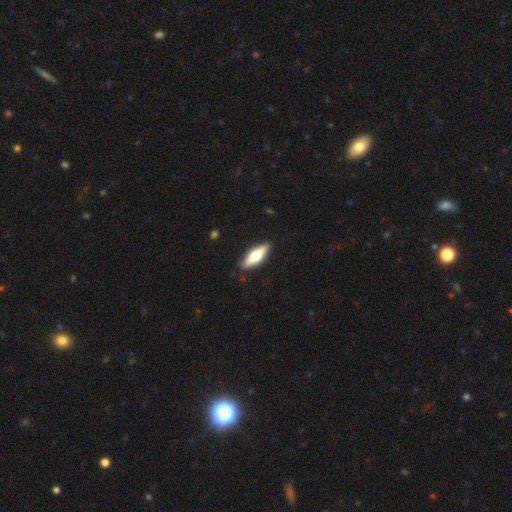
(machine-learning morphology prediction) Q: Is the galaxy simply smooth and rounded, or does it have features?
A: featured or disk — 48%.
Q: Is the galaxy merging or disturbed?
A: none — 87%.